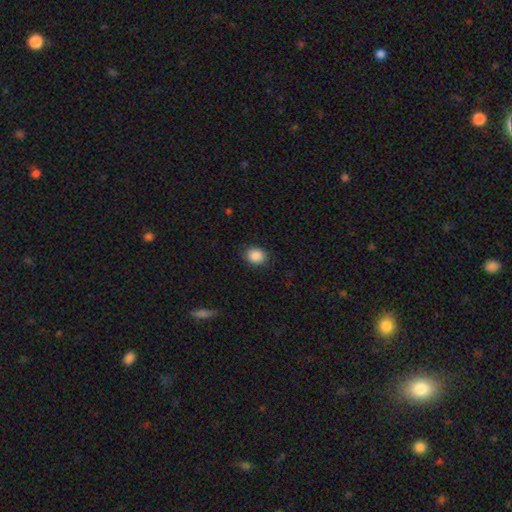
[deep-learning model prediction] smooth-or-featured: smooth: 89% | star or artifact: 8% | featured or disk: 3%
  how-rounded: round: 54% | in between: 45% | cigar-shaped: 1%
  merging: none: 87% | minor disturbance: 9% | major disturbance: 3% | merger: 1%